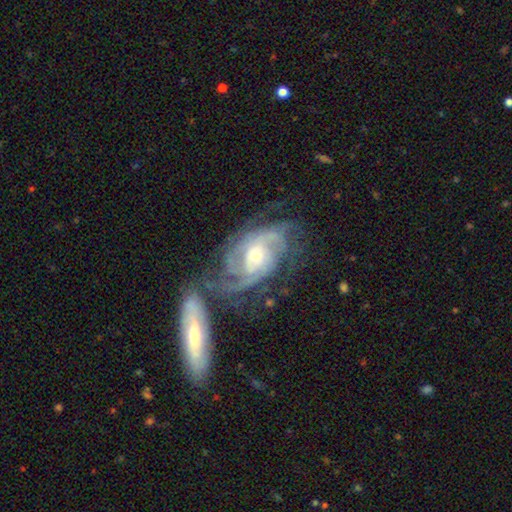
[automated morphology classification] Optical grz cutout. It shows a featured or disk galaxy (89%) with no bar (59%), 3 (28%) tight (54%) spiral arms (97%) and a small central bulge (54%). Merging: none (42%).